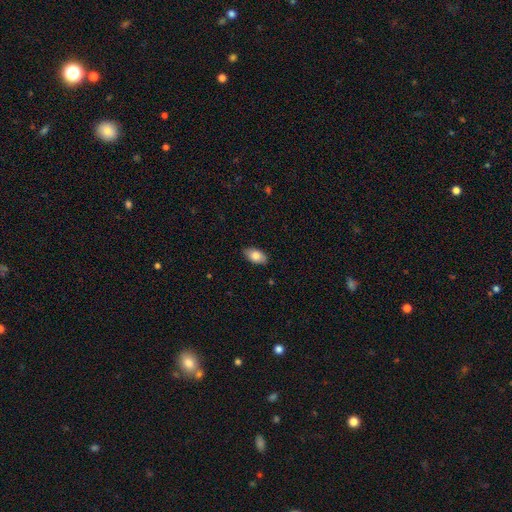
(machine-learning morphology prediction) smooth_or_featured: smooth (p=0.81) [alt: featured or disk p=0.12]
how_rounded: in between (p=0.94) [alt: round p=0.04]
merging: none (p=0.87) [alt: minor disturbance p=0.10]